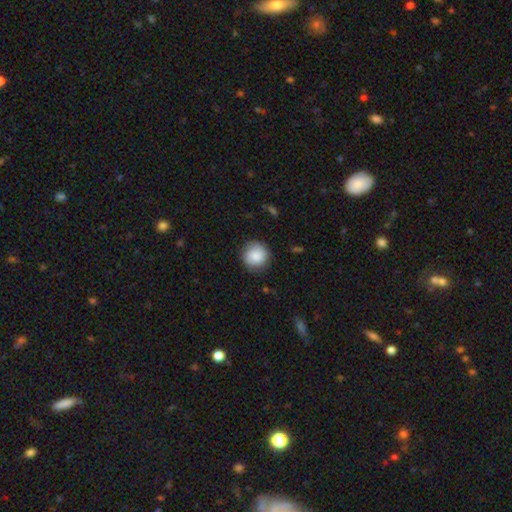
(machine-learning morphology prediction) The model was most divided on "merging": none: 86%, minor disturbance: 10%, major disturbance: 3%, merger: 1%. More confident: how rounded — round (93%); smooth or featured — smooth (87%).